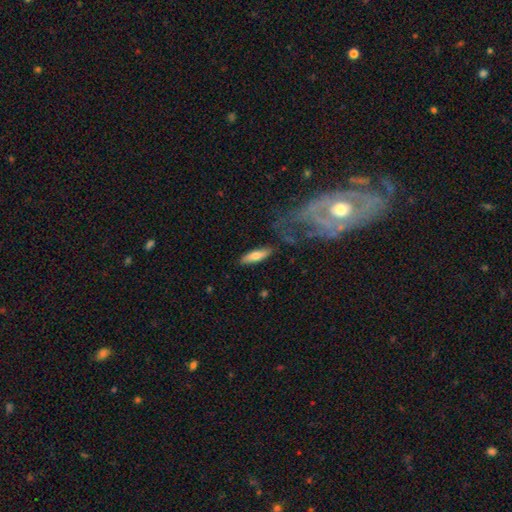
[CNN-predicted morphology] This appears to be a smooth galaxy with no disk features (66%) that is cigar-shaped (58%). Merging: none (82%).